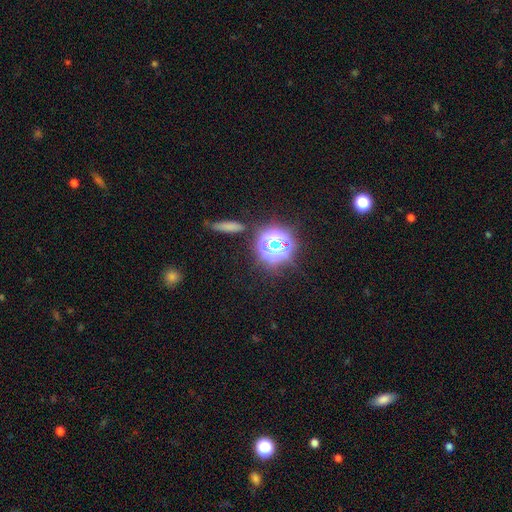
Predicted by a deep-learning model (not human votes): This appears to be a star or artifact, not a galaxy (72%).